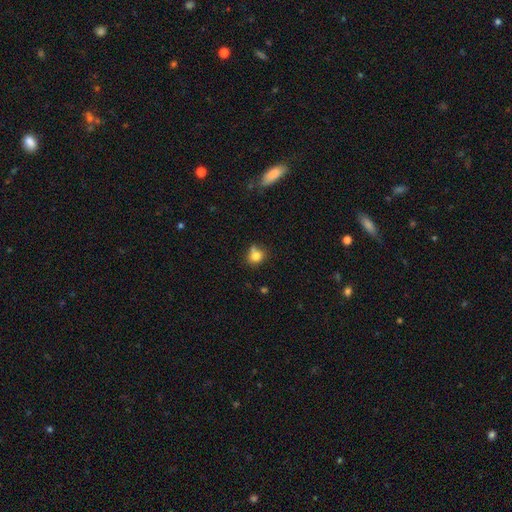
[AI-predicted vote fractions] This is likely a smooth galaxy (80%). How rounded: likely round (73%). Merging: possibly none (55%).